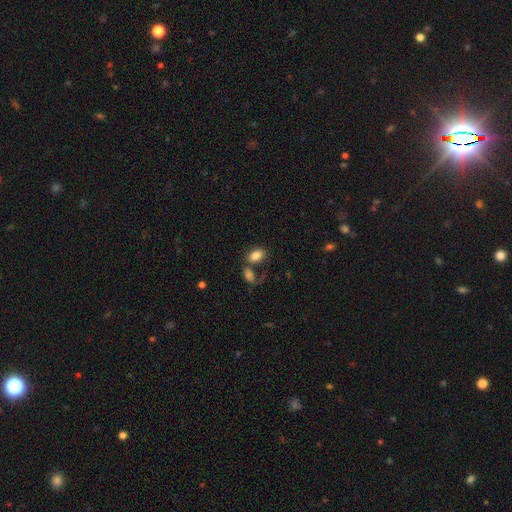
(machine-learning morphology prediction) smooth-or-featured: smooth: 83% | featured or disk: 9% | star or artifact: 9%
  how-rounded: in between: 87% | round: 11% | cigar-shaped: 2%
  merging: none: 57% | merger: 25% | minor disturbance: 12% | major disturbance: 6%